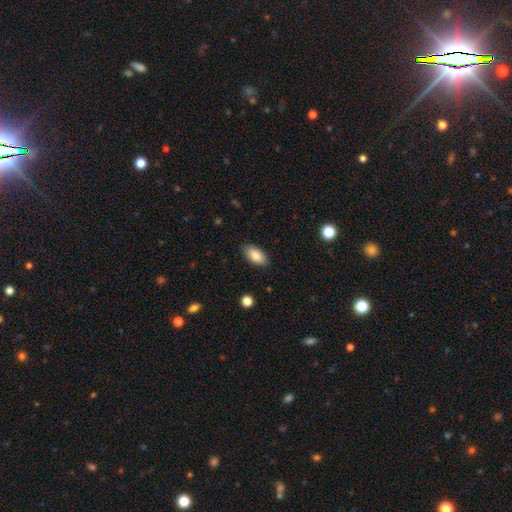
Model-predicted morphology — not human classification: Q: Smooth or featured?
A: smooth (86%); runner-up: featured or disk (7%)
Q: How rounded?
A: in between (93%); runner-up: cigar-shaped (4%)
Q: Merging?
A: none (86%); runner-up: minor disturbance (11%)